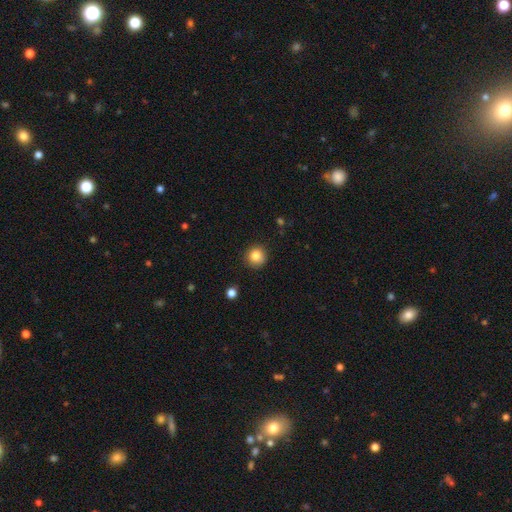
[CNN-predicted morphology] A smooth galaxy with no disk features (84%) that is round (93%).

Vote fractions:
- Smooth or featured? smooth: 84% / star or artifact: 10% / featured or disk: 5%
- How rounded? round: 93% / in between: 6% / cigar-shaped: 1%
- Merging? none: 90% / minor disturbance: 7% / major disturbance: 2% / merger: 1%